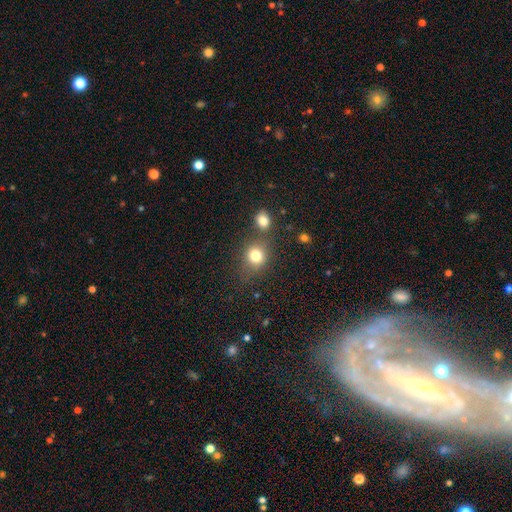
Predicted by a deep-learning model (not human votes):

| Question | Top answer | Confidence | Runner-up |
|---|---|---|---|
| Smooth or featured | smooth | 78% | star or artifact (13%) |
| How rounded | round | 75% | in between (24%) |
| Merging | none | 63% | merger (18%) |